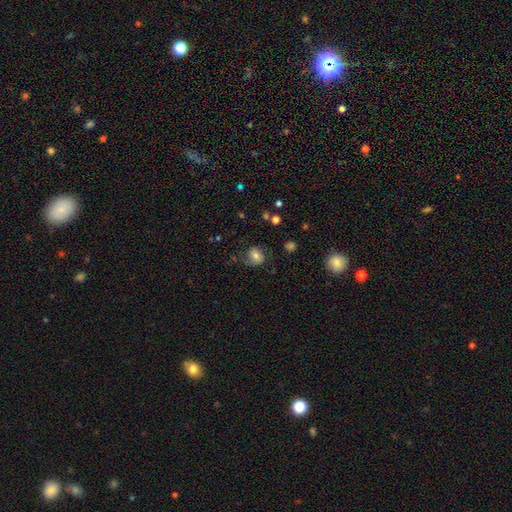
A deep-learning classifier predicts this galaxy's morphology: type=smooth (63%); roundness=round (66%); merging=none (64%).